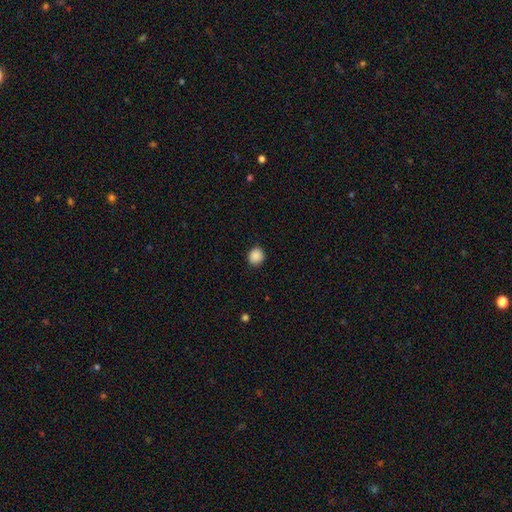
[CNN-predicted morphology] Smooth or featured? smooth (89%)
How rounded? round (84%)
Merging? none (90%)